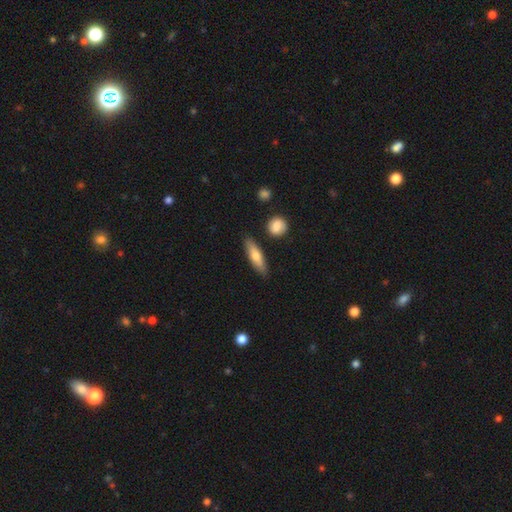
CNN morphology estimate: smooth 66%, featured or disk 28%, star or artifact 6%. Down the decision tree: how rounded — cigar-shaped (60%); merging — none (85%).